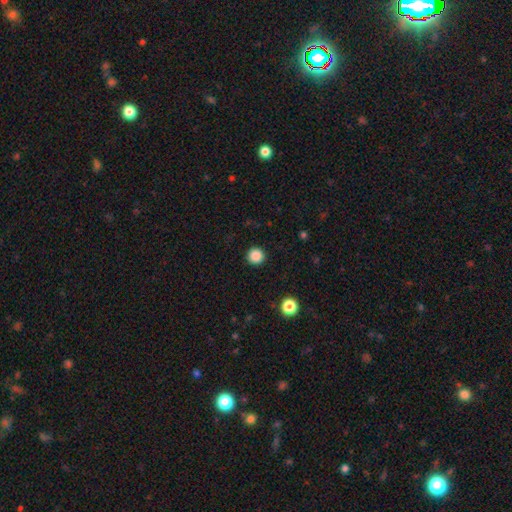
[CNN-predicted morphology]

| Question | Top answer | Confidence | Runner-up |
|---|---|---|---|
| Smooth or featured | smooth | 87% | star or artifact (11%) |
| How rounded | round | 96% | in between (3%) |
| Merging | none | 93% | minor disturbance (5%) |